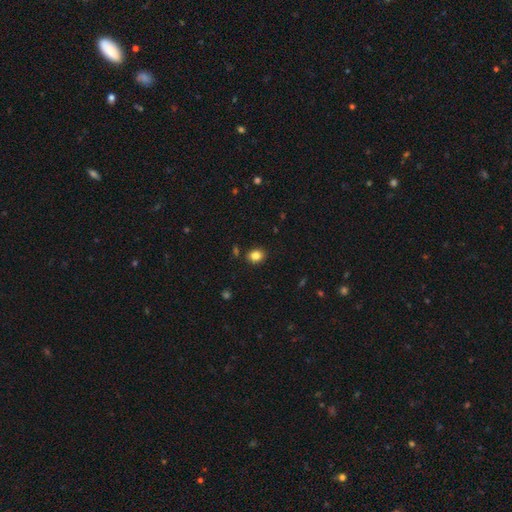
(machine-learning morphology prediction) Smooth or featured? Predicted: smooth (p=0.84). How rounded? Predicted: round (p=0.59). Merging? Predicted: none (p=0.88).